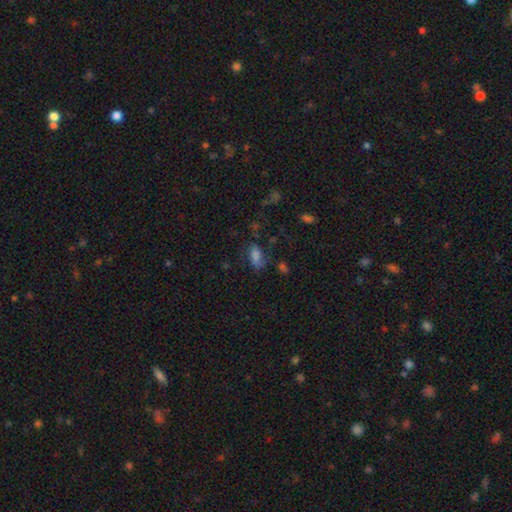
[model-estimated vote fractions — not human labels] The model was most divided on "merging": none: 51%, minor disturbance: 24%, major disturbance: 20%, merger: 5%. More confident: how rounded — in between (85%); smooth or featured — smooth (61%).